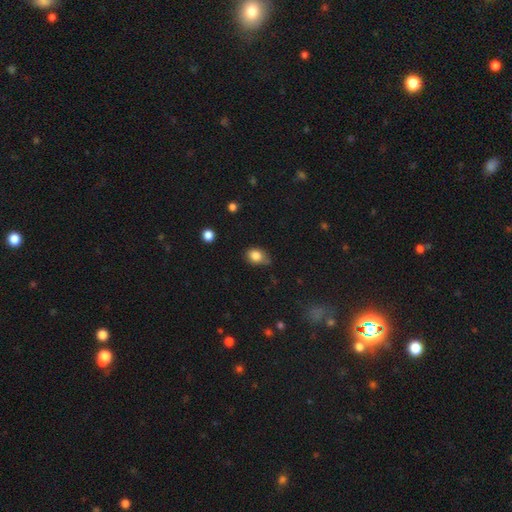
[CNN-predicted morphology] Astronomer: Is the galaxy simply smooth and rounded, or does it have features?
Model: smooth — 83%.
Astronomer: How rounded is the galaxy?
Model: in between — 61% (runner-up: round, 38%).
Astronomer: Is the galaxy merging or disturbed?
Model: none — 54% (runner-up: minor disturbance, 36%).